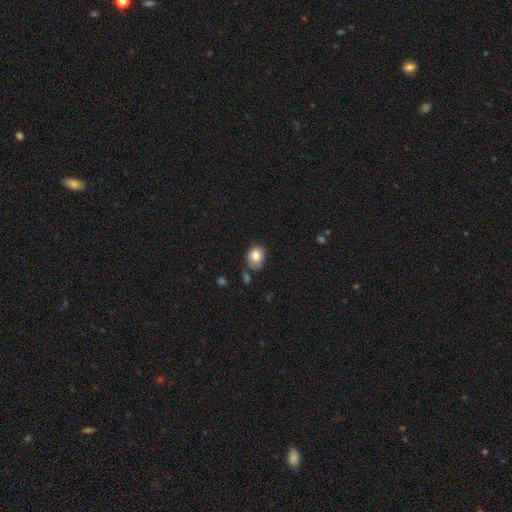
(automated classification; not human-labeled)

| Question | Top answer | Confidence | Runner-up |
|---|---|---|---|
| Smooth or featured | smooth | 80% | featured or disk (12%) |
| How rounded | in between | 59% | round (40%) |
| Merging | none | 58% | minor disturbance (29%) |